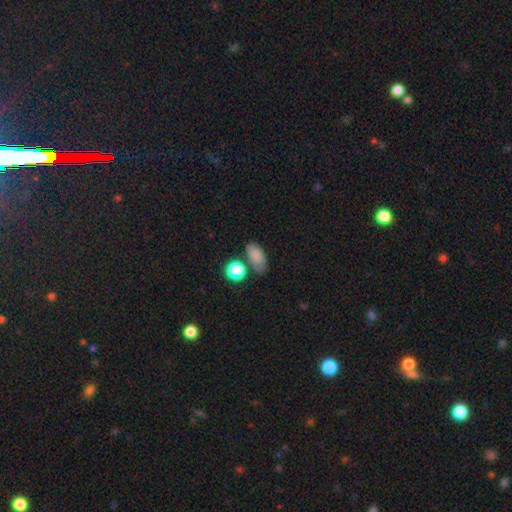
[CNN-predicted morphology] smooth 81%, star or artifact 12%, featured or disk 7%. Down the decision tree: how rounded — in between (86%); merging — none (66%).